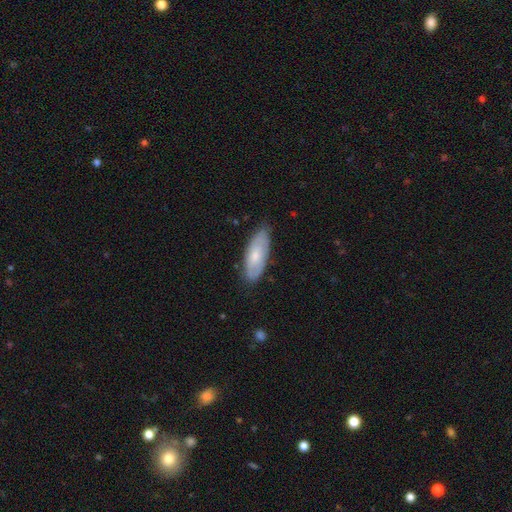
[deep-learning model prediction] Smooth or featured? smooth (57%)
How rounded? in between (76%)
Merging? none (74%)